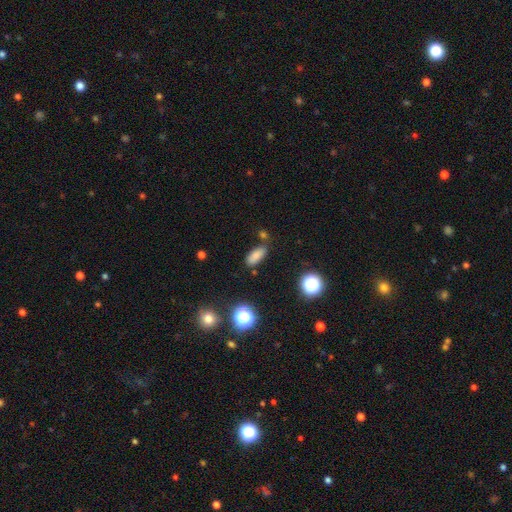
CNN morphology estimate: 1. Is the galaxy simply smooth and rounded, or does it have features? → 80% smooth, 13% star or artifact, 6% featured or disk.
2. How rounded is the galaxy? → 79% in between, 16% cigar-shaped, 5% round.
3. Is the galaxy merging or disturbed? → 77% none, 14% minor disturbance, 6% merger, 4% major disturbance.